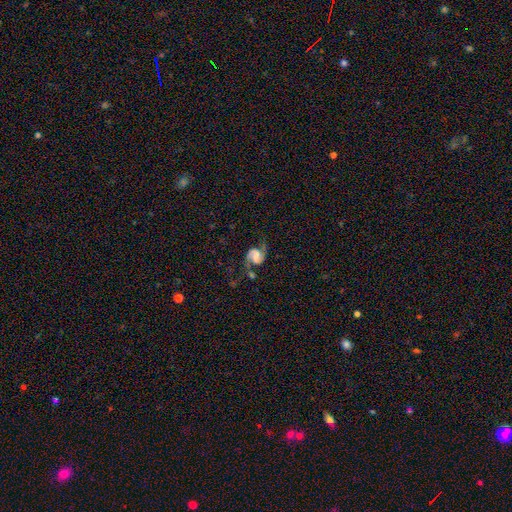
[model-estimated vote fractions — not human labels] Smooth or featured: featured or disk — 76% (smooth — 15%)
Edge-on disk: no — 98% (yes — 2%)
Bar: weak — 42% (no — 40%)
Spiral arms: yes — 95% (no — 5%)
Spiral winding: loose — 43% (tied with medium — 43%)
Spiral arm count: 2 — 90% (1 — 4%)
Bulge size: small — 28% (tied with none — 28%)
Merging: none — 56% (minor disturbance — 20%)